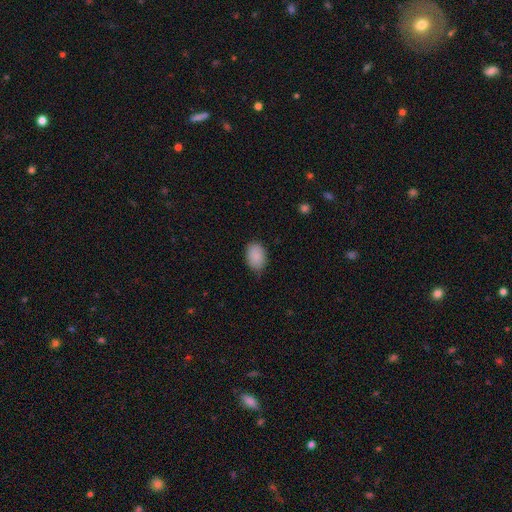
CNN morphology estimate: smooth_or_featured: smooth (p=0.89) [alt: star or artifact p=0.07]
how_rounded: in between (p=0.83) [alt: round p=0.16]
merging: none (p=0.72) [alt: minor disturbance p=0.23]